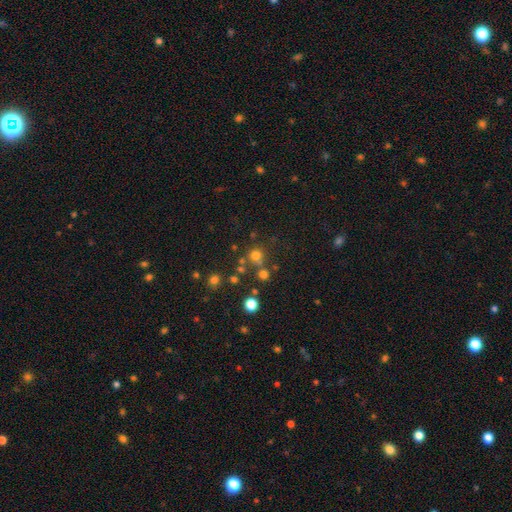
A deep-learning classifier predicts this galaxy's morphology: A smooth galaxy with no disk features (67%) that is round (90%). Merging: none (66%).